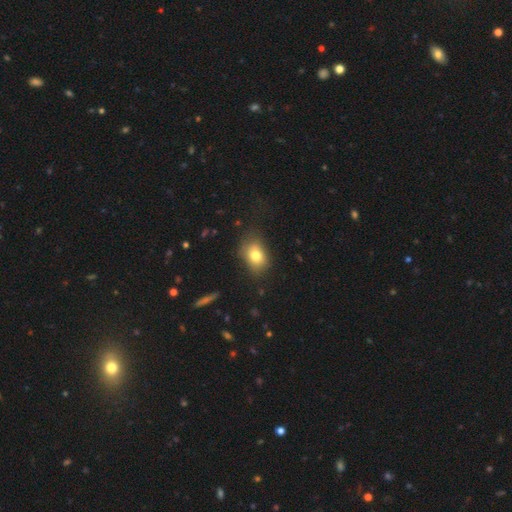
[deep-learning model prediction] This appears to be a smooth galaxy with no disk features (77%) that is in between round and cigar-shaped (67%). Merging: none (69%).